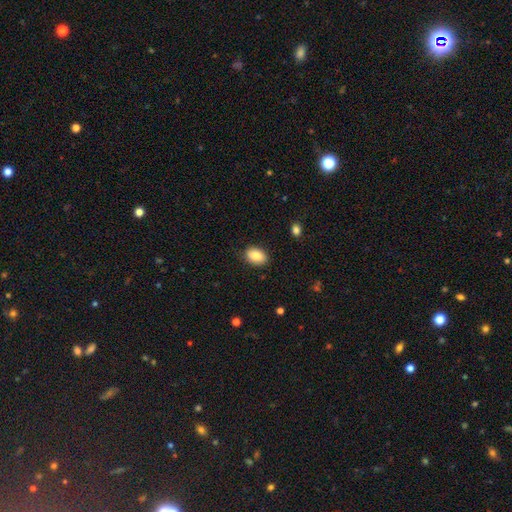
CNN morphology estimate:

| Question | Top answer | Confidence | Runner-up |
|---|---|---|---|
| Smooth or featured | smooth | 87% | star or artifact (7%) |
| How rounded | in between | 85% | round (14%) |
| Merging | none | 84% | minor disturbance (12%) |